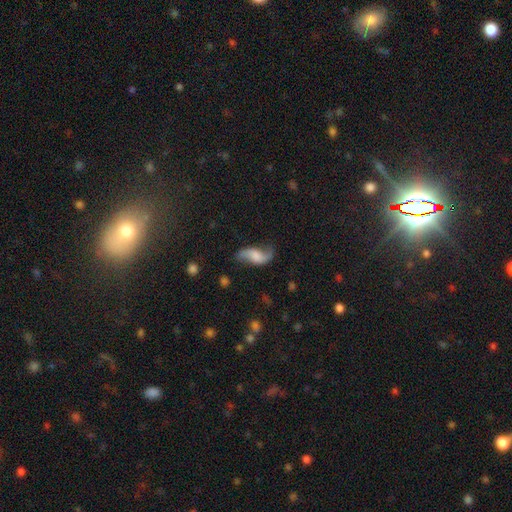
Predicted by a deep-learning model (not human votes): Smooth or featured?
  - featured or disk: 72% *
  - smooth: 20%
  - star or artifact: 8%
Edge-on disk?
  - no: 95% *
  - yes: 5%
Bar?
  - no: 54% *
  - weak: 35%
  - strong: 12%
Spiral arms?
  - yes: 94% *
  - no: 6%
Spiral winding?
  - loose: 85% *
  - medium: 12%
  - tight: 3%
Spiral arm count?
  - 2: 91% *
  - 1: 4%
  - can't tell: 2%
  - 3: 1%
  - 4: 1%
  - more than 4: 1%
Bulge size?
  - none: 38% *
  - large: 20%
  - moderate: 20%
  - small: 17%
  - dominant: 5%
Merging?
  - none: 66% *
  - minor disturbance: 20%
  - major disturbance: 11%
  - merger: 3%